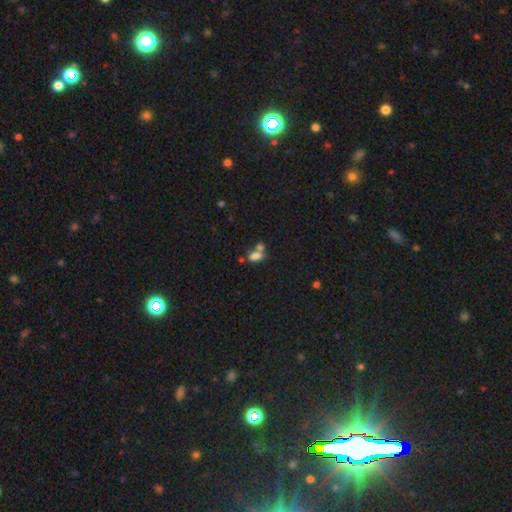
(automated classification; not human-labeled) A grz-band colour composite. It shows a smooth galaxy with no disk features (74%) that is in between round and cigar-shaped (83%). Merging: merger (50%).